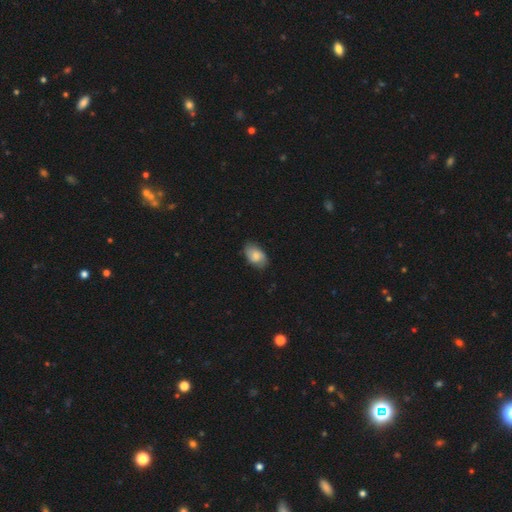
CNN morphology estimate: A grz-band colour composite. It shows a smooth galaxy with no disk features (67%) that is in between round and cigar-shaped (89%). Merging: none (75%).